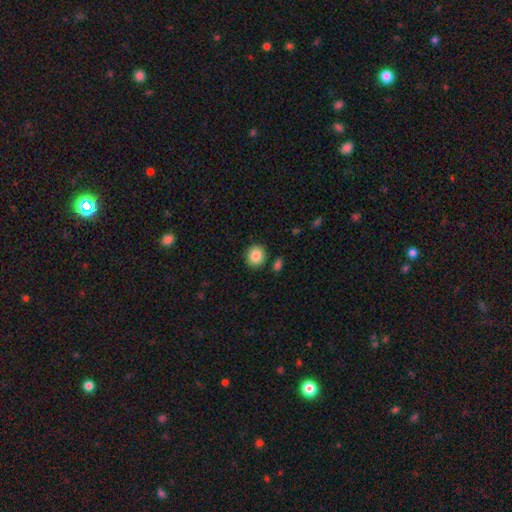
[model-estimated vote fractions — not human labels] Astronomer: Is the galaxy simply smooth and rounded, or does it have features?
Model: smooth — 87%.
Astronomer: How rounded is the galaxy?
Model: round — 81%.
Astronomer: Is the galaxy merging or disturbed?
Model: none — 86%.